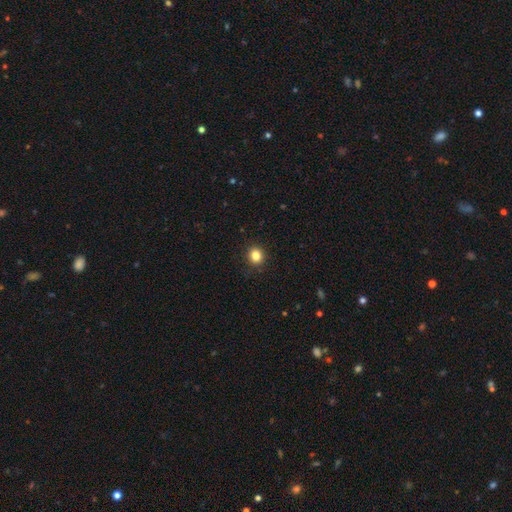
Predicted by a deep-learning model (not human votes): Smooth or featured? smooth (84%)
How rounded? round (83%)
Merging? none (91%)